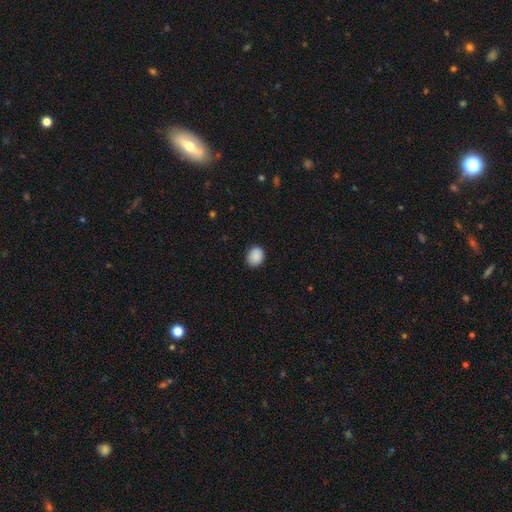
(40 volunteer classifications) Smooth or featured?
  - smooth: 92% *
  - star or artifact: 8%
  - featured or disk: 0%
How rounded?
  - round: 65% *
  - in between: 35%
  - cigar-shaped: 0%
Merging?
  - none: 81% *
  - minor disturbance: 11%
  - major disturbance: 5%
  - merger: 3%